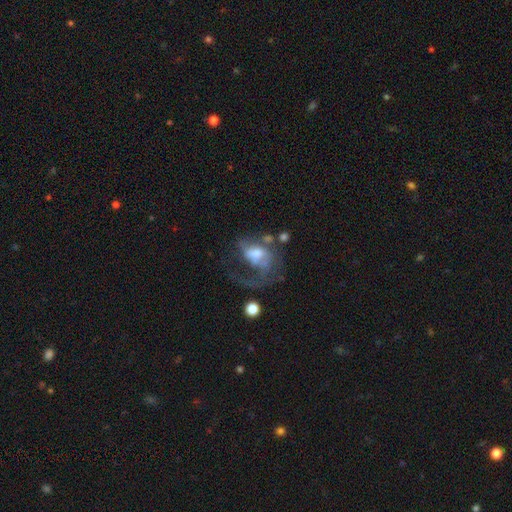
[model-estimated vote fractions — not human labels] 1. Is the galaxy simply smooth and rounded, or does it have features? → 67% featured or disk, 23% smooth, 9% star or artifact.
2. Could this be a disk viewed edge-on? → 97% no, 3% yes.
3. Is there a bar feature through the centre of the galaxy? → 52% no, 38% weak, 10% strong.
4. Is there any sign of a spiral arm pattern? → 76% yes, 24% no.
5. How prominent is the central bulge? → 56% moderate, 24% small, 13% large, 5% none, 2% dominant.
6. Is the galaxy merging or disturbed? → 49% major disturbance, 27% none, 15% minor disturbance, 9% merger.